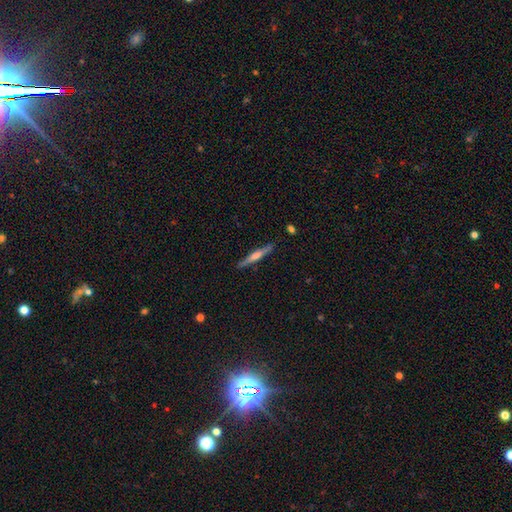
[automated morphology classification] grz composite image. It shows a featured or disk galaxy (70%) viewed edge-on (98%) with a rounded central bulge (74%). Merging: none (90%).